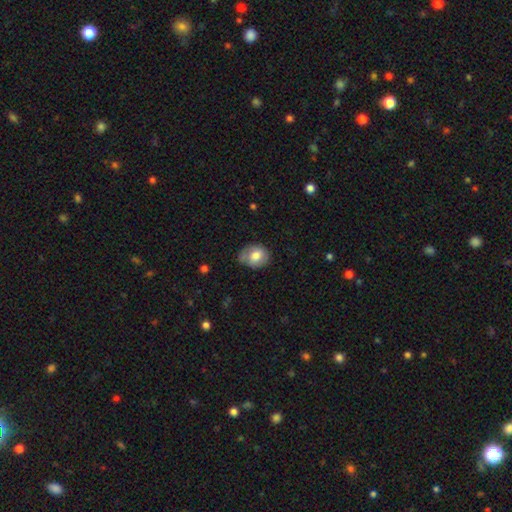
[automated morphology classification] This is likely a smooth galaxy (71%). How rounded: possibly round (54%). Merging: likely none (60%).